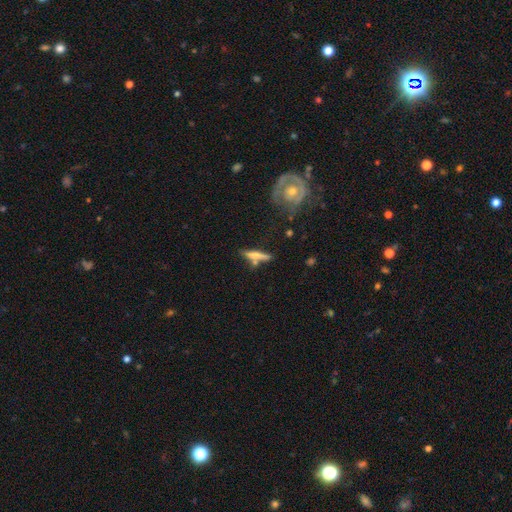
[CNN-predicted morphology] smooth-or-featured: smooth: 57% | featured or disk: 35% | star or artifact: 8%
  how-rounded: cigar-shaped: 83% | in between: 14% | round: 3%
  merging: none: 59% | merger: 18% | minor disturbance: 17% | major disturbance: 6%